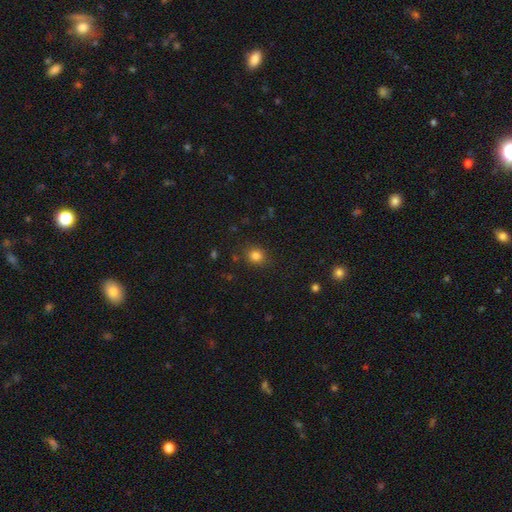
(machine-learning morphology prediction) This is clearly a smooth galaxy (82%). How rounded: clearly round (81%). Merging: clearly none (86%).